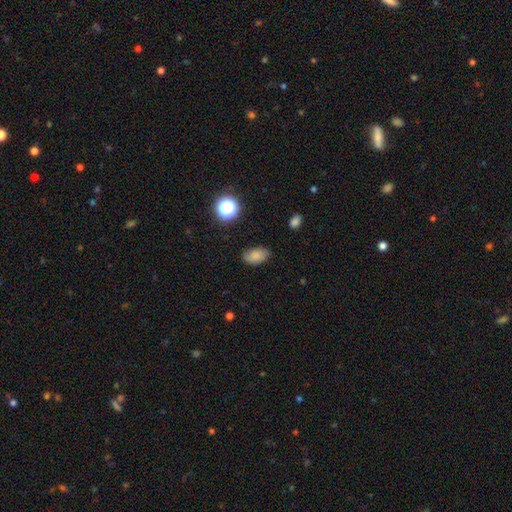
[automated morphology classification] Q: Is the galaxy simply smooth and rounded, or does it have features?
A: smooth — 79%.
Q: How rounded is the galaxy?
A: in between — 89%.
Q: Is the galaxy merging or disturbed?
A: none — 80%.